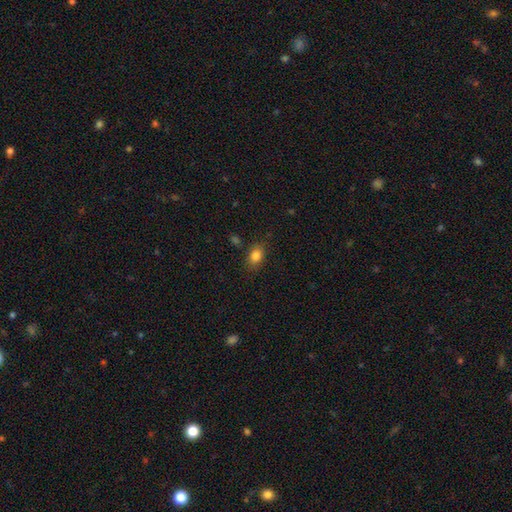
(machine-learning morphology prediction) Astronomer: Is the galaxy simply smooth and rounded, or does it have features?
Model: smooth — 83%.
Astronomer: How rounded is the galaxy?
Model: in between — 76%.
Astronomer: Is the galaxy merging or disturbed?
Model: none — 80%.